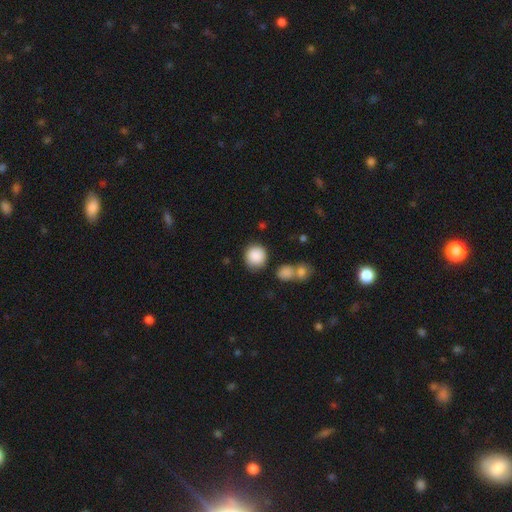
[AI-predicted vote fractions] Morphology: type=smooth (88%); roundness=round (89%); merging=none (78%).